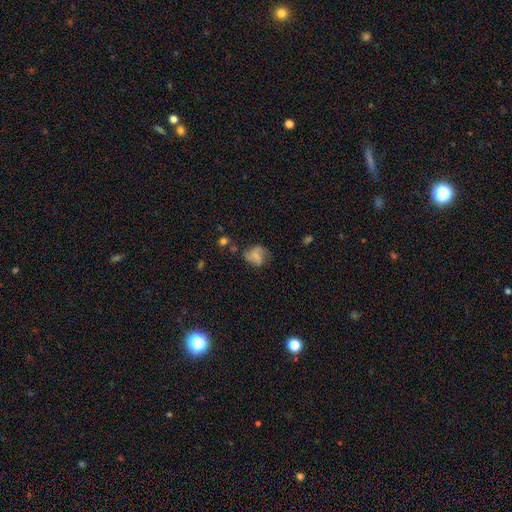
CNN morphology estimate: Smooth or featured?
  - featured or disk: 51% *
  - smooth: 40%
  - star or artifact: 9%
Edge-on disk?
  - no: 98% *
  - yes: 2%
Merging?
  - none: 55% *
  - minor disturbance: 25%
  - major disturbance: 16%
  - merger: 4%